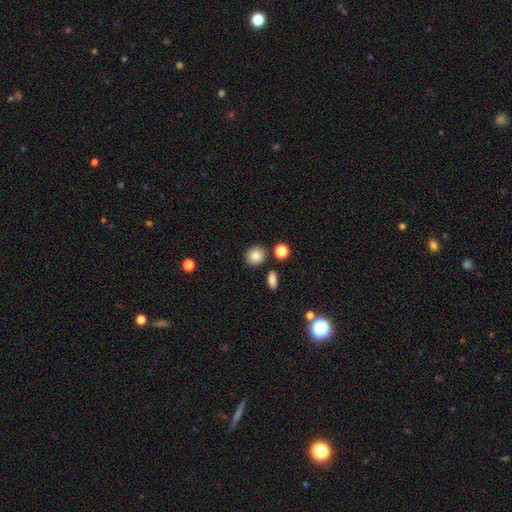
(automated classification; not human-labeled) Smooth or featured?
  - smooth: 84% *
  - star or artifact: 9%
  - featured or disk: 6%
How rounded?
  - round: 85% *
  - in between: 14%
  - cigar-shaped: 1%
Merging?
  - none: 84% *
  - minor disturbance: 8%
  - merger: 6%
  - major disturbance: 2%